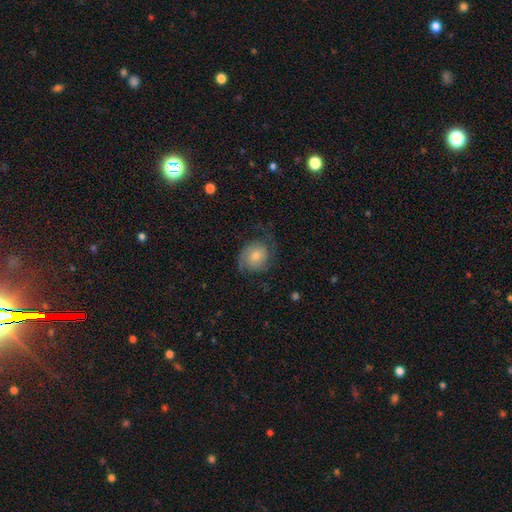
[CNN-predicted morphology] This is likely a featured or disk galaxy (65%). It is clearly not viewed edge-on (97%). Bar: likely no (74%). Spiral arm pattern: clearly yes (91%). Spiral arm count: likely 2 (76%). Spiral winding: marginally medium (40%). Central bulge: possibly small (47%). Merging: likely none (68%).